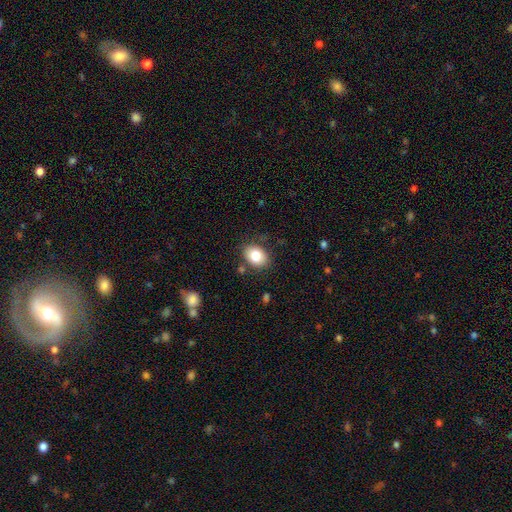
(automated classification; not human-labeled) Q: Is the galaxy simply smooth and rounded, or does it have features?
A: smooth — 82%.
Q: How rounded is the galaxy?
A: in between — 65%.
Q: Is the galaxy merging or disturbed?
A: none — 80%.